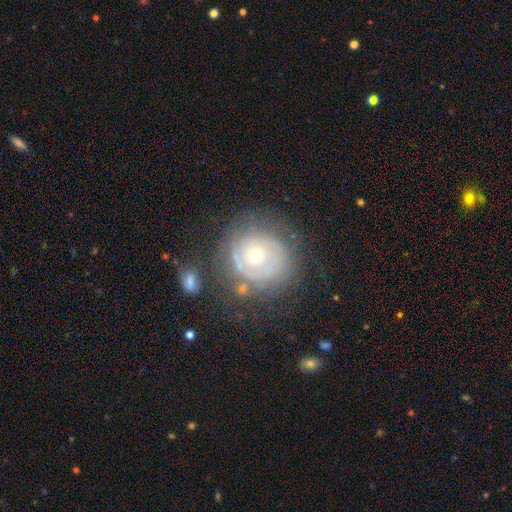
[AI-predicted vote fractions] featured or disk 70%, smooth 22%, star or artifact 9%. Down the decision tree: edge-on disk — no (97%); bar — no (84%); spiral arms — yes (79%); spiral arm count — can't tell (45%); spiral winding — tight (76%); bulge size — small (59%); merging — none (67%).